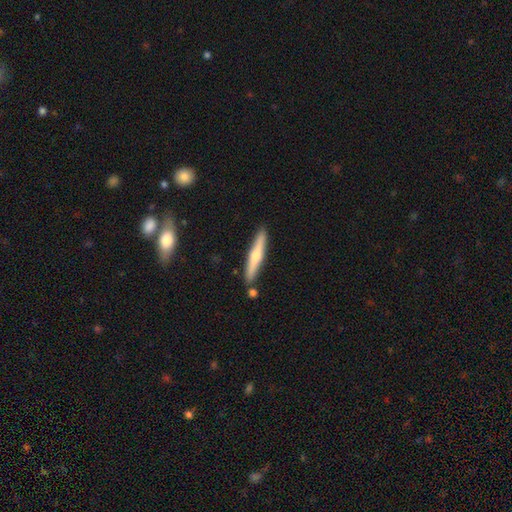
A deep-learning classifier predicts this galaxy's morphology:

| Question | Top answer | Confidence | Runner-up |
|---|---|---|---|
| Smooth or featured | smooth | 49% | featured or disk (46%) |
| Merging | none | 84% | minor disturbance (9%) |